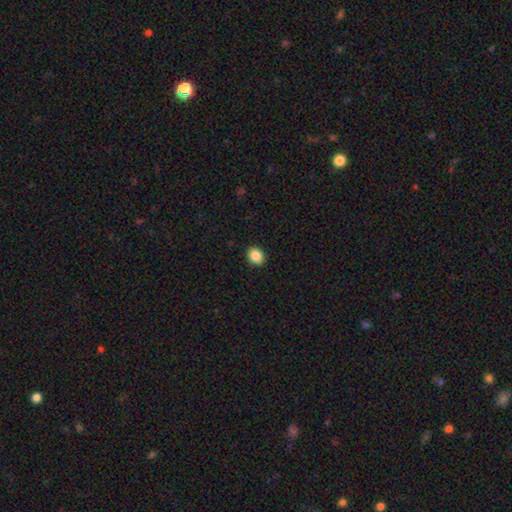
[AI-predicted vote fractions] This is clearly a smooth galaxy (87%). How rounded: possibly round (52%). Merging: clearly none (90%).